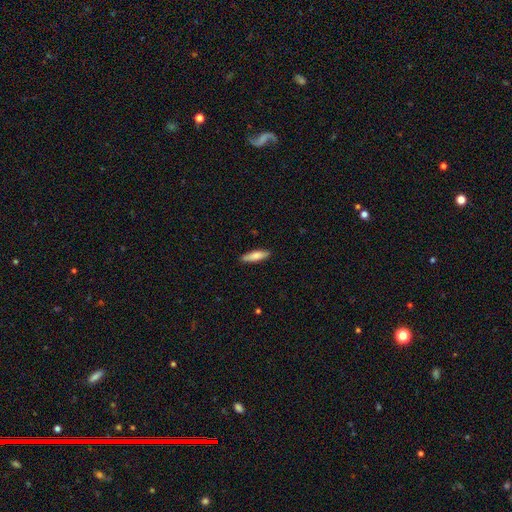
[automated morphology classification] Overall: smooth (78%). How rounded: cigar-shaped (67%; in between 31%). Merging: none (89%).